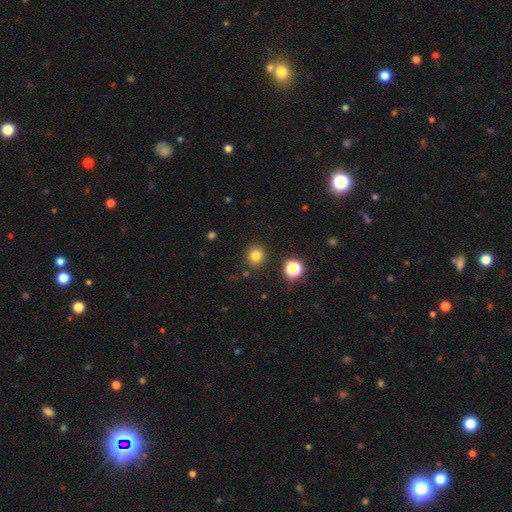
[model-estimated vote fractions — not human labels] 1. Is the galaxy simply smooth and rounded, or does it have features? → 80% smooth, 14% star or artifact, 6% featured or disk.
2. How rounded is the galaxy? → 89% round, 10% in between, 1% cigar-shaped.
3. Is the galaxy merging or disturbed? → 87% none, 7% minor disturbance, 3% merger, 3% major disturbance.